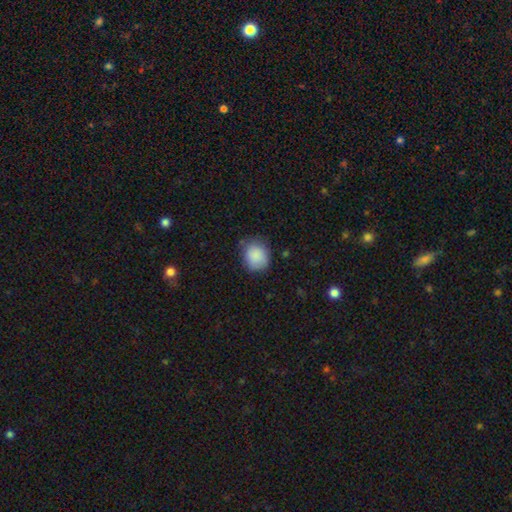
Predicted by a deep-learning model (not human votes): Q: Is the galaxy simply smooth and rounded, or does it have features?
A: smooth — 88%.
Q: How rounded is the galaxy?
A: round — 77%.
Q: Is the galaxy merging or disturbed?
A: none — 69%.